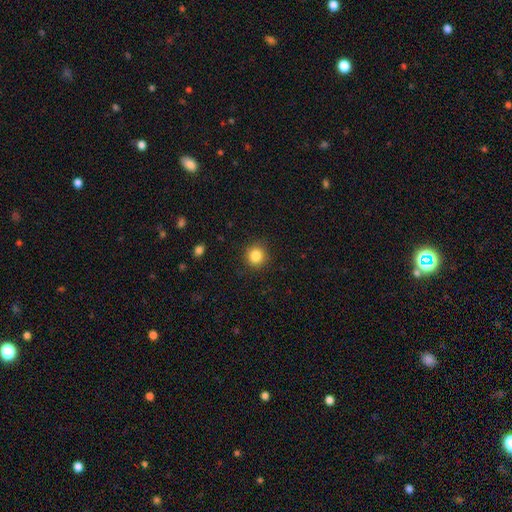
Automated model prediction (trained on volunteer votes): smooth 84%, star or artifact 11%, featured or disk 5%. Down the decision tree: how rounded — round (90%); merging — none (90%).